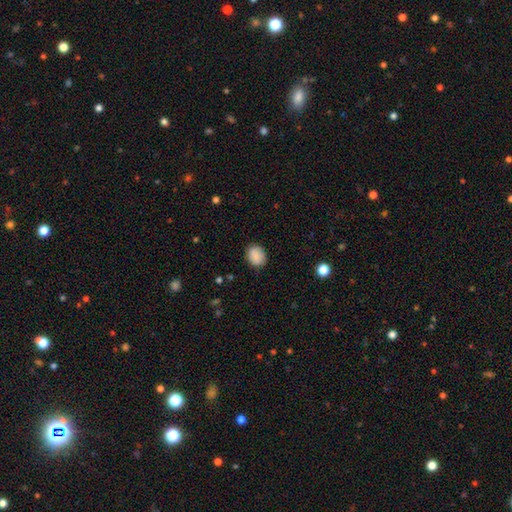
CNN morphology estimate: A smooth galaxy with no disk features (88%) that is in between round and cigar-shaped (50%). Merging: none (83%).